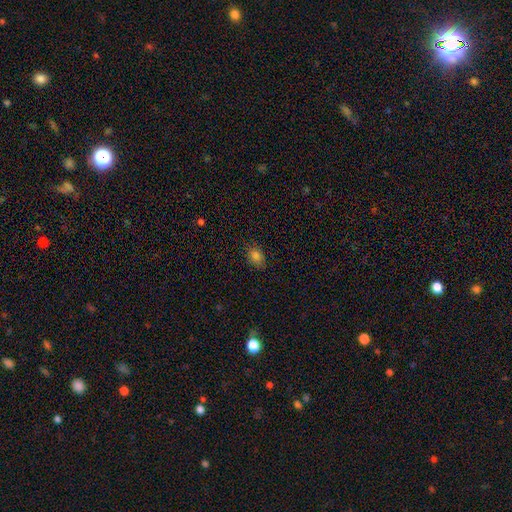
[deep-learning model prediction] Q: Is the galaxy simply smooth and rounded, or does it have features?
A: smooth — 80%.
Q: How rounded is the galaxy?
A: in between — 71%.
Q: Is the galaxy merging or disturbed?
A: none — 81%.